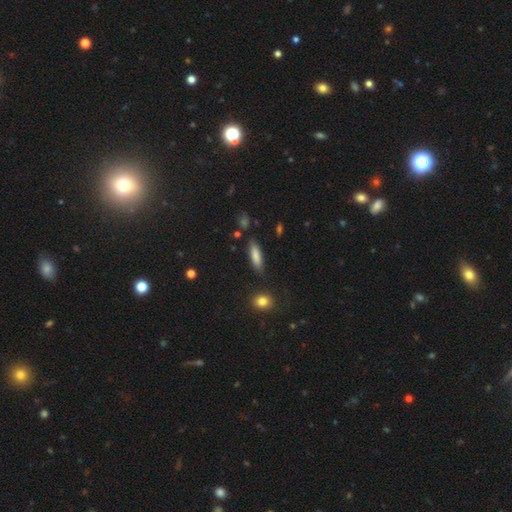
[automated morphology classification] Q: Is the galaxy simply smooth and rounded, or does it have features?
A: smooth — 82%.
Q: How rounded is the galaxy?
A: cigar-shaped — 58%.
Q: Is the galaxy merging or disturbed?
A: none — 83%.